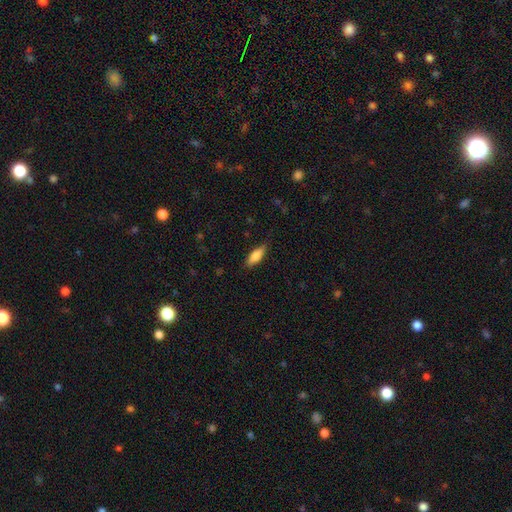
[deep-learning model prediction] smooth-or-featured: smooth: 78% | featured or disk: 16% | star or artifact: 6%
  how-rounded: in between: 61% | cigar-shaped: 37% | round: 2%
  merging: none: 82% | minor disturbance: 14% | major disturbance: 3% | merger: 1%